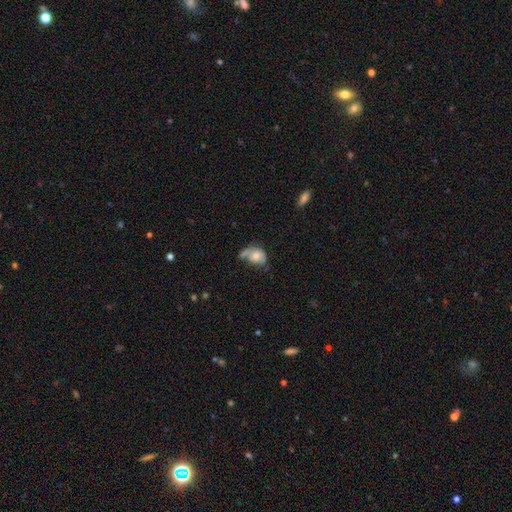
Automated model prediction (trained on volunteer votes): smooth 63%, featured or disk 29%, star or artifact 9%. Down the decision tree: how rounded — in between (68%); merging — none (29%).